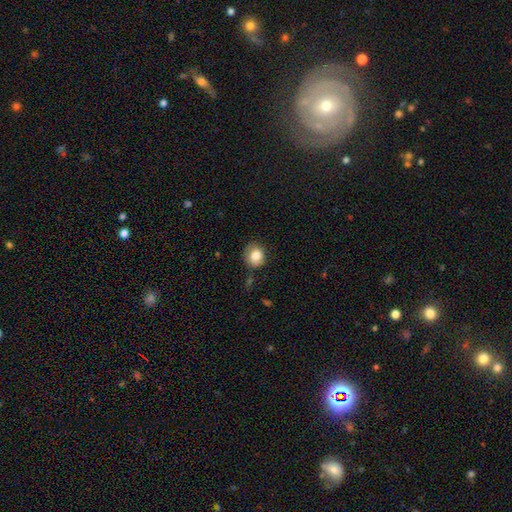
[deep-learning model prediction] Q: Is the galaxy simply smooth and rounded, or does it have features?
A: smooth — 83%.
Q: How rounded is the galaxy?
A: round — 76%.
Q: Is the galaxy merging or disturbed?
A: none — 68%.